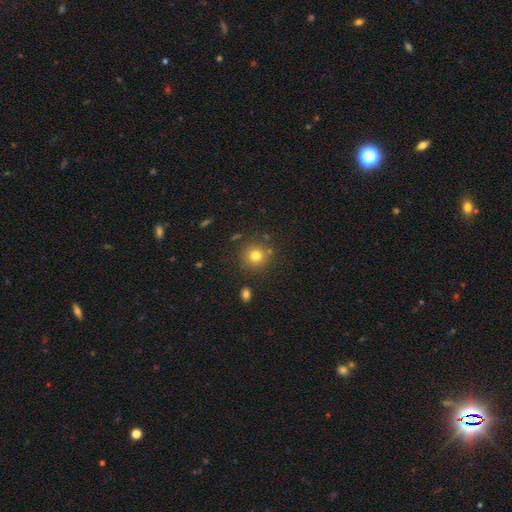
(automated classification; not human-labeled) A smooth galaxy with no disk features (77%) that is round (93%). Merging: none (84%).